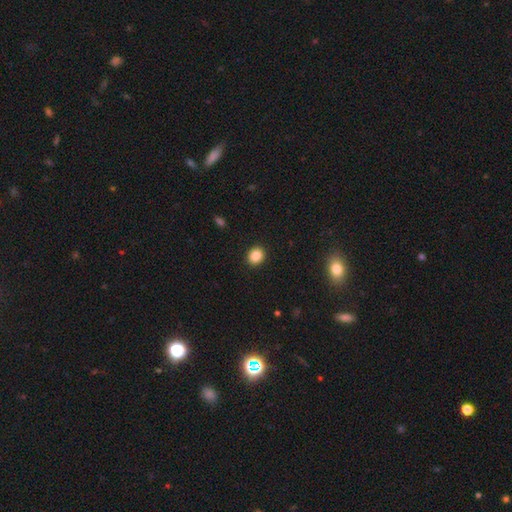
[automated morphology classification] A smooth galaxy with no disk features (86%) that is round (67%). Merging: none (92%).